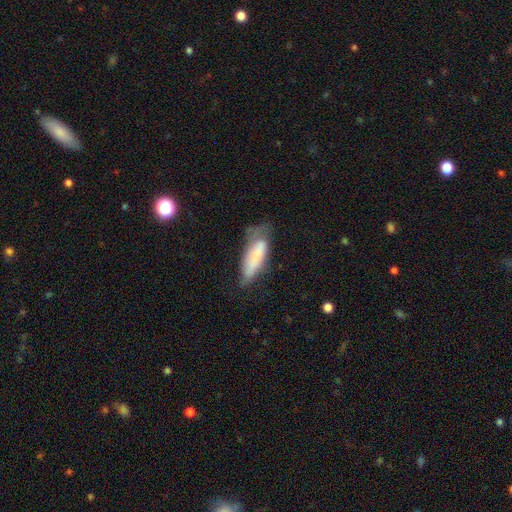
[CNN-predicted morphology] Smooth or featured?
  - smooth: 71% *
  - featured or disk: 22%
  - star or artifact: 7%
How rounded?
  - cigar-shaped: 50% *
  - in between: 49%
  - round: 2%
Merging?
  - none: 37% * (tied)
  - minor disturbance: 37% * (tied)
  - major disturbance: 22%
  - merger: 4%